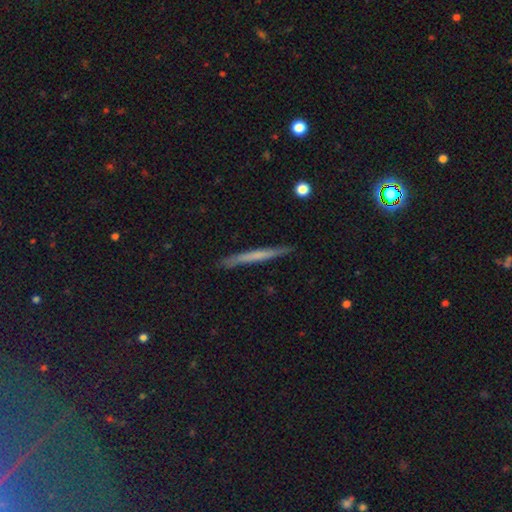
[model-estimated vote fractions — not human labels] A smooth galaxy with no disk features (51%) that is cigar-shaped (96%).

Vote fractions:
- Smooth or featured? smooth: 51% / featured or disk: 43% / star or artifact: 6%
- How rounded? cigar-shaped: 96% / in between: 2% / round: 2%
- Merging? none: 89% / minor disturbance: 8% / major disturbance: 1% / merger: 1%